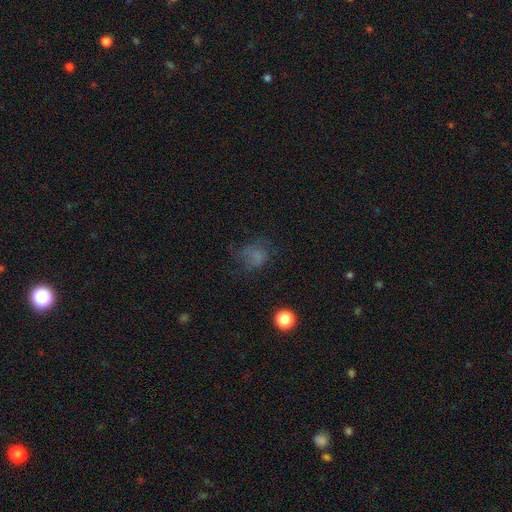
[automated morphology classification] Smooth or featured? Predicted: smooth (p=0.57). How rounded? Predicted: round (p=0.58). Merging? Predicted: none (p=0.47).